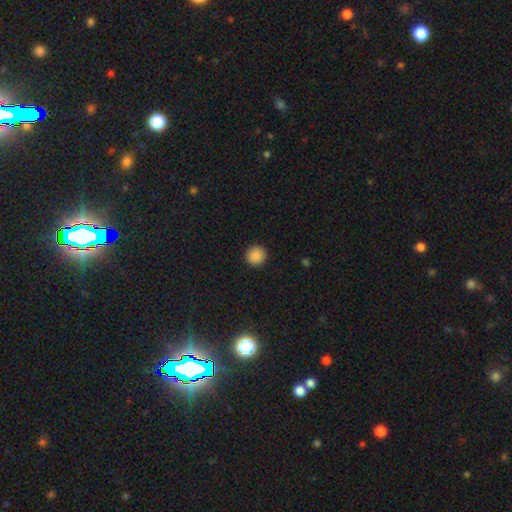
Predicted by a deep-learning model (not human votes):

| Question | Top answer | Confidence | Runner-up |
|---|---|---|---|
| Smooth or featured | smooth | 88% | star or artifact (9%) |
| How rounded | round | 94% | in between (5%) |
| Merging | none | 93% | minor disturbance (5%) |